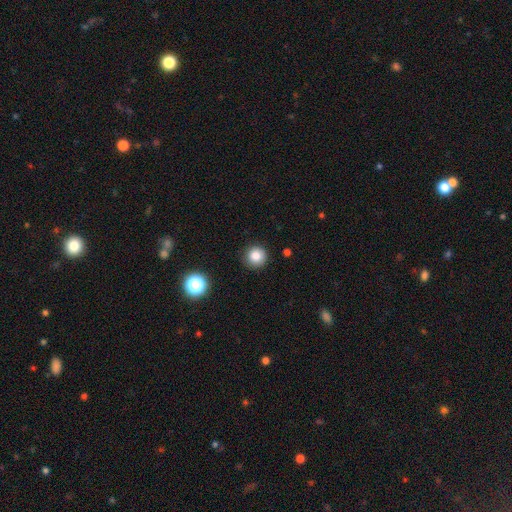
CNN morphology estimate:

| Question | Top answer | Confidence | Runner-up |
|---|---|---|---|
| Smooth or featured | smooth | 83% | star or artifact (12%) |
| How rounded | round | 95% | in between (4%) |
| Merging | none | 90% | minor disturbance (7%) |